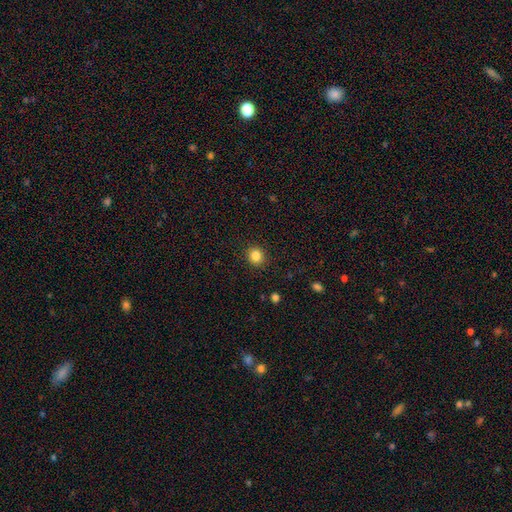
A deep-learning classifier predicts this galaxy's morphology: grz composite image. It shows a smooth galaxy with no disk features (85%) that is round (89%). Merging: none (91%).